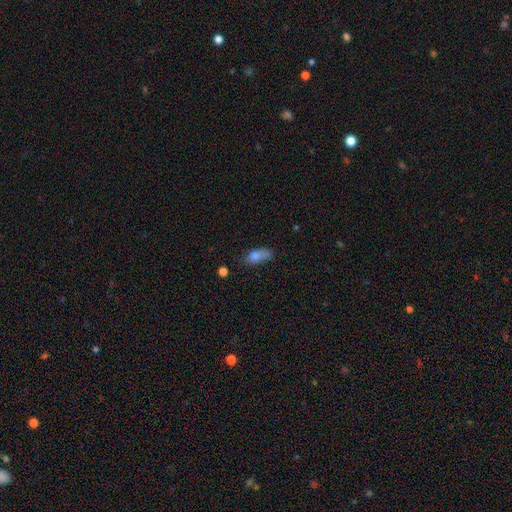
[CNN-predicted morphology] A smooth galaxy with no disk features (77%) that is in between round and cigar-shaped (76%).

Vote fractions:
- Smooth or featured? smooth: 77% / featured or disk: 14% / star or artifact: 9%
- How rounded? in between: 76% / cigar-shaped: 17% / round: 7%
- Merging? none: 44% / minor disturbance: 34% / major disturbance: 15% / merger: 7%